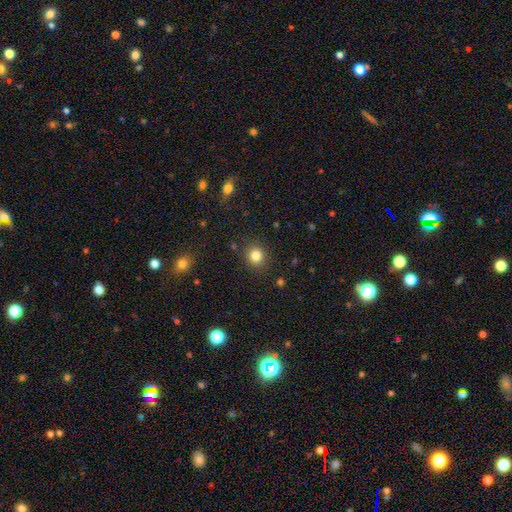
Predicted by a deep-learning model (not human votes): This is clearly a smooth galaxy (82%). How rounded: clearly round (85%). Merging: clearly none (88%).